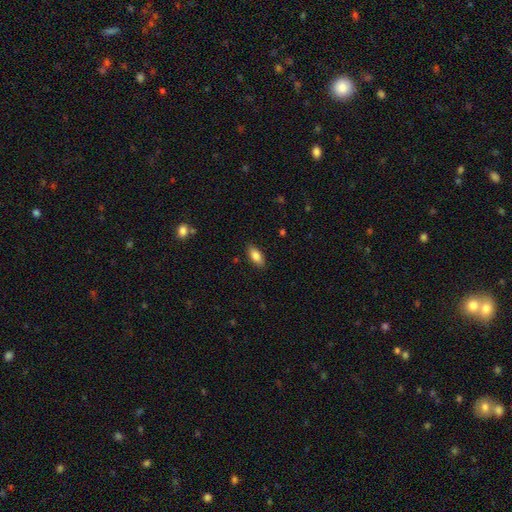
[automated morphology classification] Smooth or featured?
  - smooth: 83% *
  - featured or disk: 10%
  - star or artifact: 7%
How rounded?
  - in between: 87% *
  - cigar-shaped: 11%
  - round: 3%
Merging?
  - none: 87% *
  - minor disturbance: 10%
  - major disturbance: 2%
  - merger: 1%